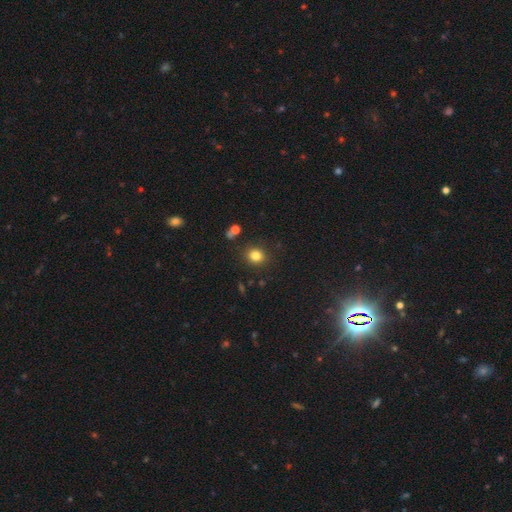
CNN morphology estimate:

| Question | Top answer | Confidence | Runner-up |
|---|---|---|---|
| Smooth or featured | smooth | 81% | star or artifact (13%) |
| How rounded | round | 75% | in between (24%) |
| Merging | none | 86% | minor disturbance (8%) |